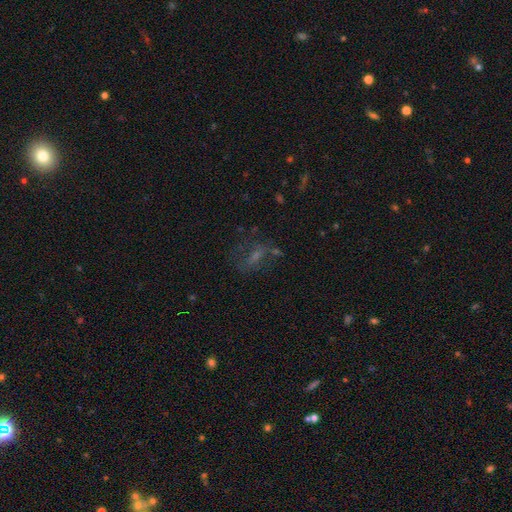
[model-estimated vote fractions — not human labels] This appears to be a featured or disk galaxy (37%). Merging: none (50%).